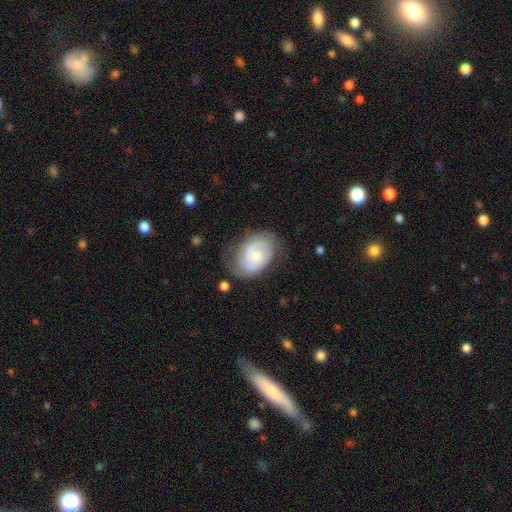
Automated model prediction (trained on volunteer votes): Smooth or featured?
  - featured or disk: 70% *
  - smooth: 24%
  - star or artifact: 6%
Edge-on disk?
  - no: 97% *
  - yes: 3%
Bar?
  - no: 67% *
  - weak: 29%
  - strong: 4%
Spiral arms?
  - yes: 89% *
  - no: 11%
Spiral winding?
  - tight: 51% *
  - medium: 36%
  - loose: 13%
Spiral arm count?
  - 2: 62% *
  - can't tell: 20%
  - 1: 9%
  - 3: 5%
  - 4: 2%
  - more than 4: 2%
Bulge size?
  - small: 49% *
  - moderate: 46%
  - large: 2%
  - none: 2%
  - dominant: 1%
Merging?
  - none: 69% *
  - minor disturbance: 21%
  - major disturbance: 8%
  - merger: 2%